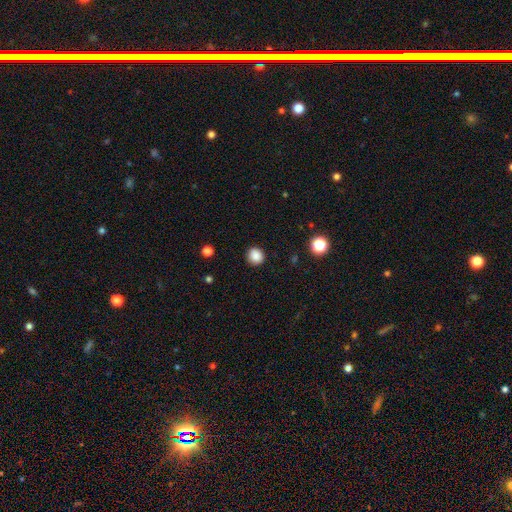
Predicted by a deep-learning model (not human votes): smooth 86%, star or artifact 10%, featured or disk 3%. Down the decision tree: how rounded — round (88%); merging — none (90%).